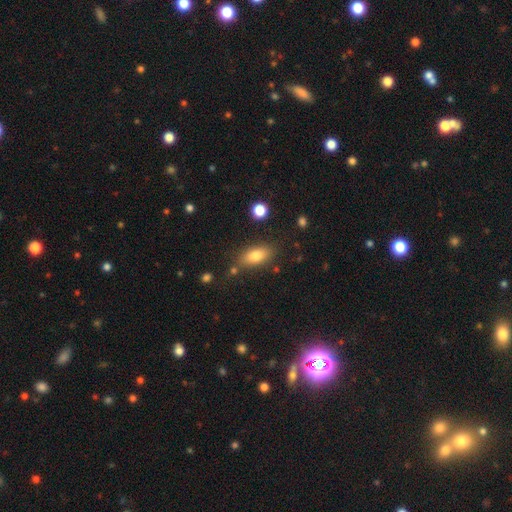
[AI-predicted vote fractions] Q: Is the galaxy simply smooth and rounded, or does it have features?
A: smooth — 79%.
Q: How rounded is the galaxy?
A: in between — 84%.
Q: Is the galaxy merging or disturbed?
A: none — 78%.